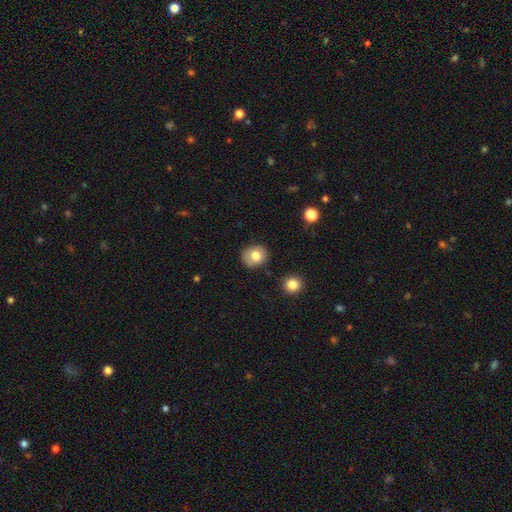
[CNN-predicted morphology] Smooth or featured? smooth (78%)
How rounded? round (71%)
Merging? none (76%)